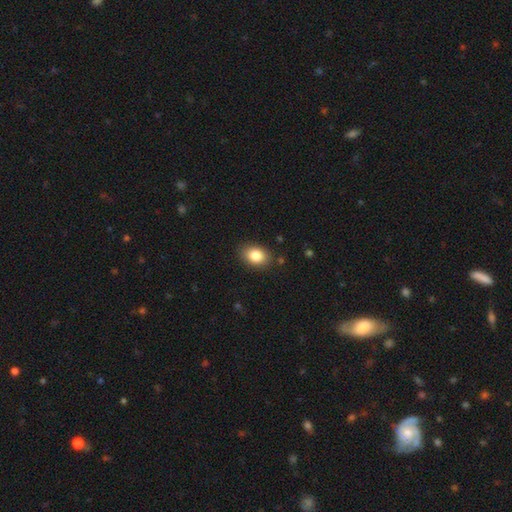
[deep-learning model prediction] Q: Smooth or featured?
A: smooth (84%); runner-up: star or artifact (8%)
Q: How rounded?
A: in between (75%); runner-up: round (24%)
Q: Merging?
A: none (86%); runner-up: minor disturbance (10%)